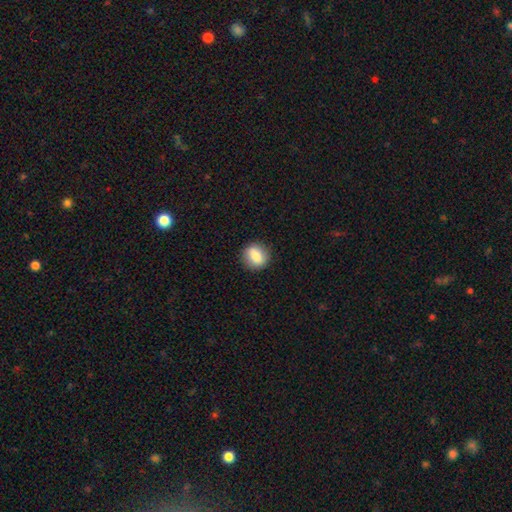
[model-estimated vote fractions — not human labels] smooth 80%, featured or disk 12%, star or artifact 8%. Down the decision tree: how rounded — round (70%); merging — none (87%).